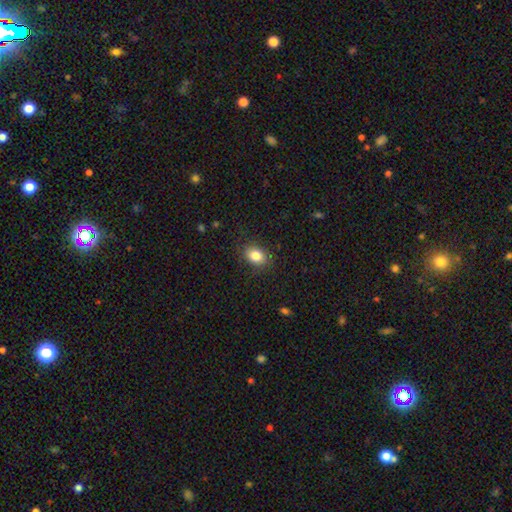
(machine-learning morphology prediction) Overall: smooth (84%). How rounded: in between (75%). Merging: none (84%).